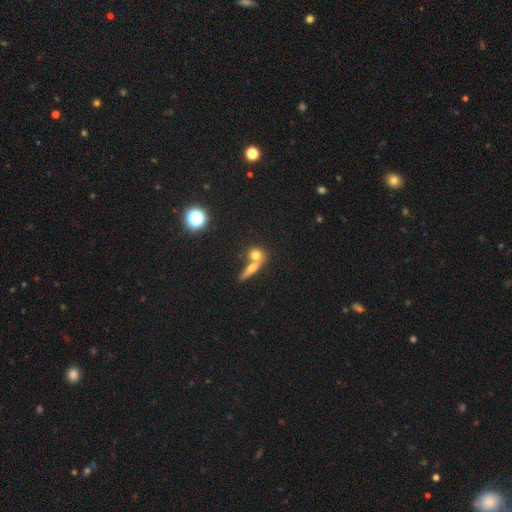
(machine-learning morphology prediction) This appears to be a smooth galaxy with no disk features (66%) that is round (58%). Merging: merger (47%).